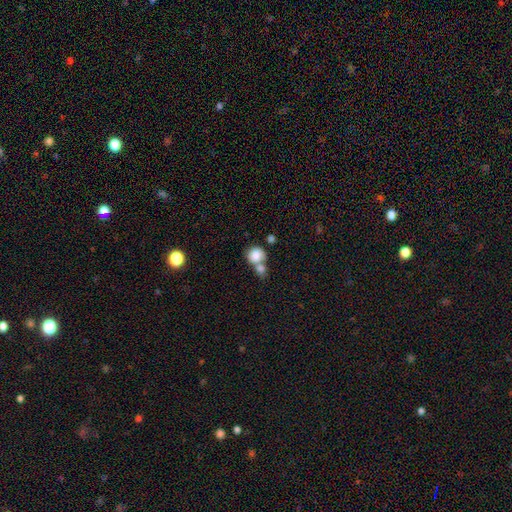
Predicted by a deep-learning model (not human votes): Overall: smooth (81%). How rounded: round (78%). Merging: merger (57%; none 31%).